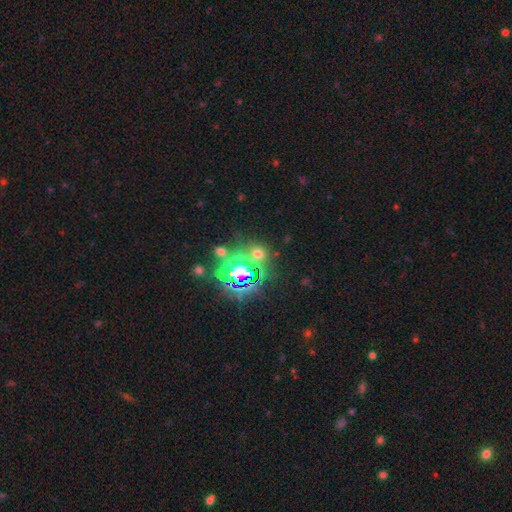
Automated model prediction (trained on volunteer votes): star or artifact 66%, smooth 25%, featured or disk 9%.